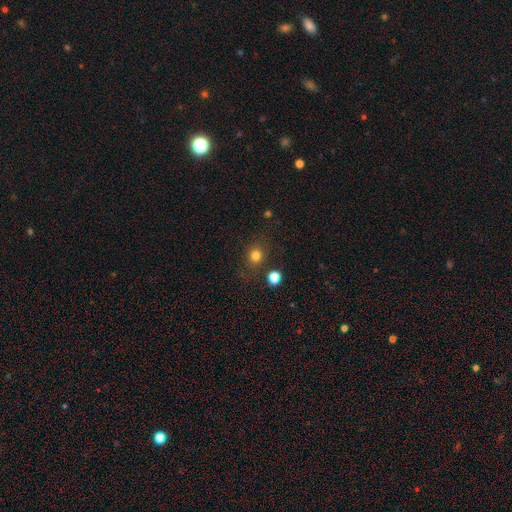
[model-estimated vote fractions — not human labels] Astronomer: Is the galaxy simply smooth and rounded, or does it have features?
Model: smooth — 79%.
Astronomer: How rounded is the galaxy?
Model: round — 79%.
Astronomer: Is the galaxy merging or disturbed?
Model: none — 77%.